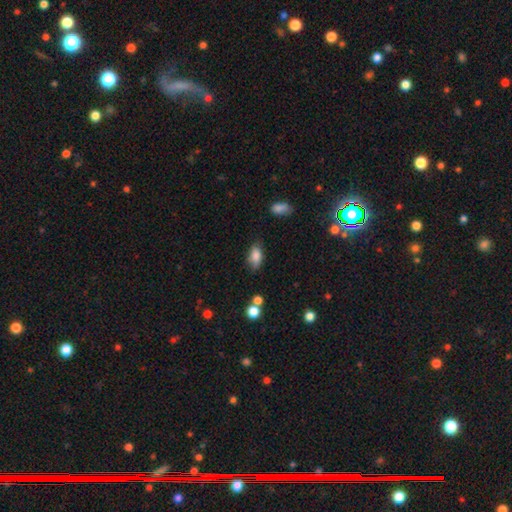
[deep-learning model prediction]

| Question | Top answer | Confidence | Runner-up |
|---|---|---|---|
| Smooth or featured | smooth | 83% | featured or disk (9%) |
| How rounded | in between | 89% | round (6%) |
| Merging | none | 71% | minor disturbance (21%) |